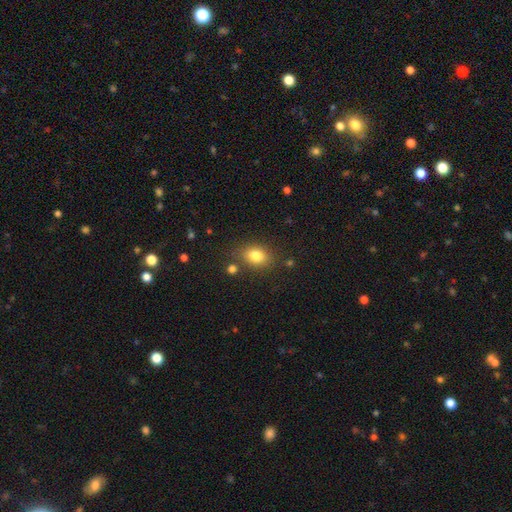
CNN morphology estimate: Overall: smooth (81%). How rounded: in between (64%; round 34%). Merging: none (77%).